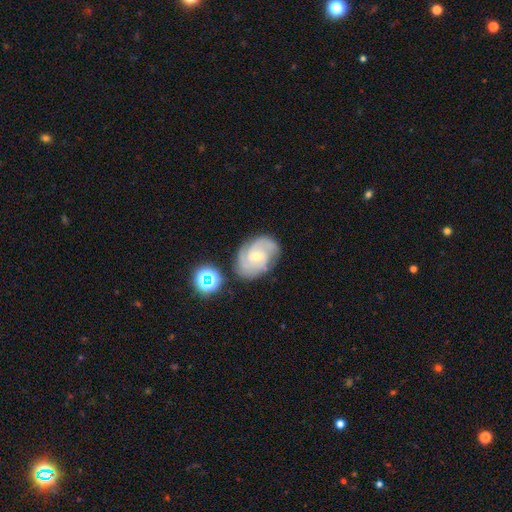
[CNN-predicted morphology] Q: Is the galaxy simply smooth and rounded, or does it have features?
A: featured or disk — 82%.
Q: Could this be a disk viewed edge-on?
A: no — 97%.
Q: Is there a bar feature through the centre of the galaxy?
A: no — 50%.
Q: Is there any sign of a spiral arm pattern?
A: yes — 96%.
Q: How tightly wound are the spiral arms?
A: tight — 55%.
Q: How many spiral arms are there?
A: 3 — 34%.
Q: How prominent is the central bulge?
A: small — 62%.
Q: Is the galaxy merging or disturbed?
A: none — 73%.